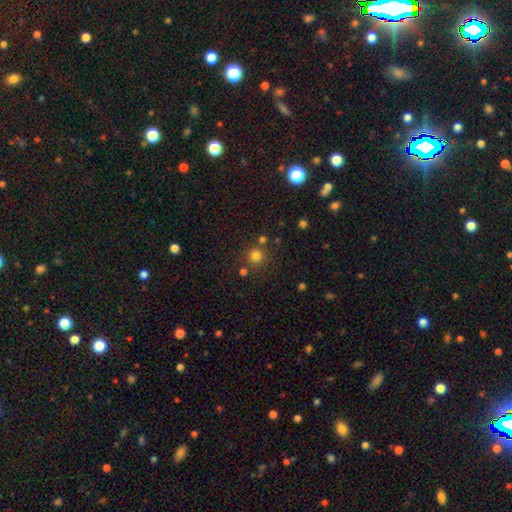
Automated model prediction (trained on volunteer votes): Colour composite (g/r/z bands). It shows a smooth galaxy with no disk features (78%) that is round (94%). Merging: none (77%).